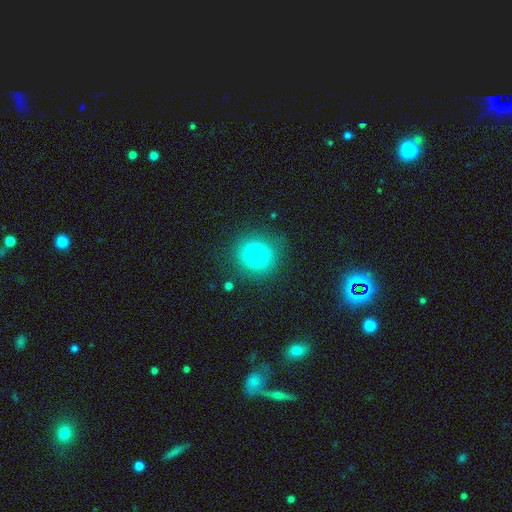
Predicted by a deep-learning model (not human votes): Morphology: type=smooth (62%); roundness=round (90%); merging=none (82%).